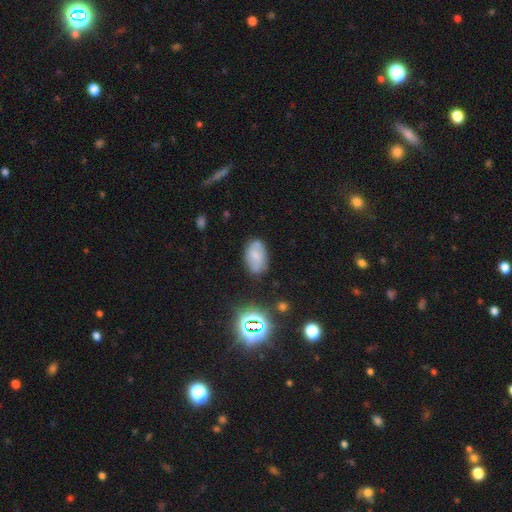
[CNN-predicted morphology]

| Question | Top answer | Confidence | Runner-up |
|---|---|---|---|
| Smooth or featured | smooth | 58% | featured or disk (30%) |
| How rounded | in between | 91% | round (7%) |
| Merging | none | 75% | minor disturbance (18%) |